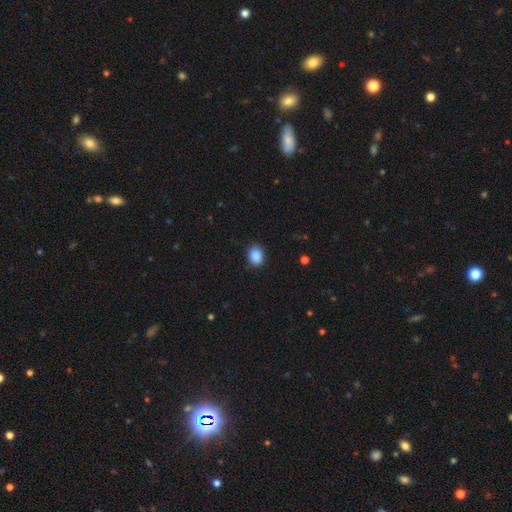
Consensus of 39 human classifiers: Smooth or featured? 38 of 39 (97%) said smooth. How rounded? 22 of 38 (58%) said in between. Merging? 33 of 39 (85%) said none.